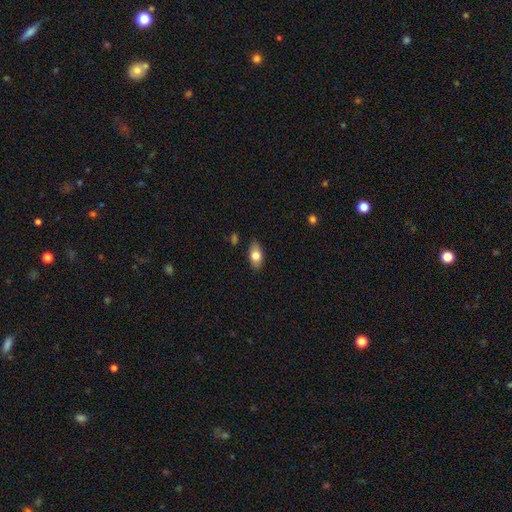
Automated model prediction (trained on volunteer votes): Q: Smooth or featured?
A: smooth (77%); runner-up: featured or disk (16%)
Q: How rounded?
A: in between (89%); runner-up: round (6%)
Q: Merging?
A: none (83%); runner-up: minor disturbance (13%)